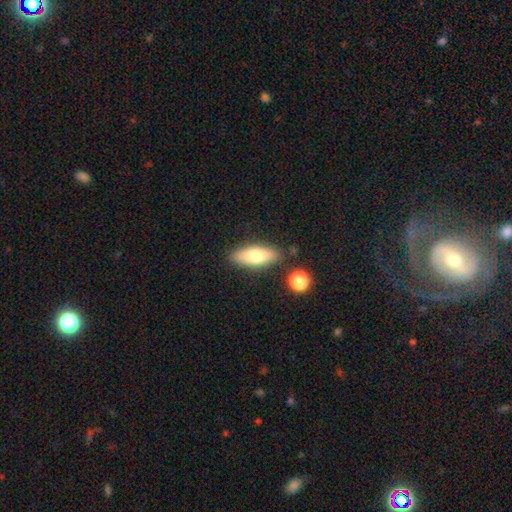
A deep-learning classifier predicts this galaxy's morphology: Overall: smooth (72%). How rounded: in between (72%). Merging: none (82%).